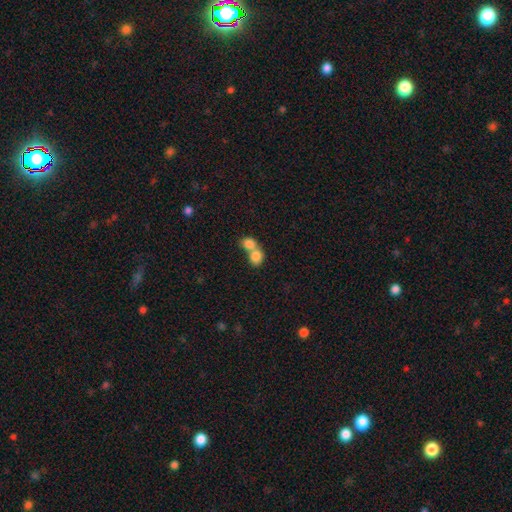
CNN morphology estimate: Smooth or featured?
  - smooth: 80% *
  - featured or disk: 11%
  - star or artifact: 9%
How rounded?
  - round: 58% *
  - in between: 41%
  - cigar-shaped: 1%
Merging?
  - merger: 72% *
  - none: 21%
  - minor disturbance: 5%
  - major disturbance: 2%